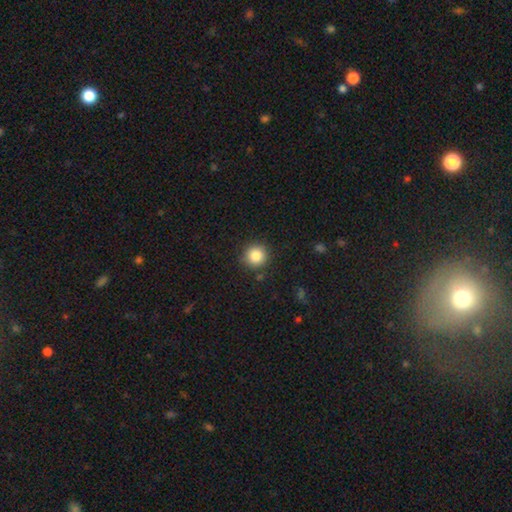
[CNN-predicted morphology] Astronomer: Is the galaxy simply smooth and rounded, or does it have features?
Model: smooth — 84%.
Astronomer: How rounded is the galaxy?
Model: round — 94%.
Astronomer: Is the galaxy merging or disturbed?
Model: none — 88%.